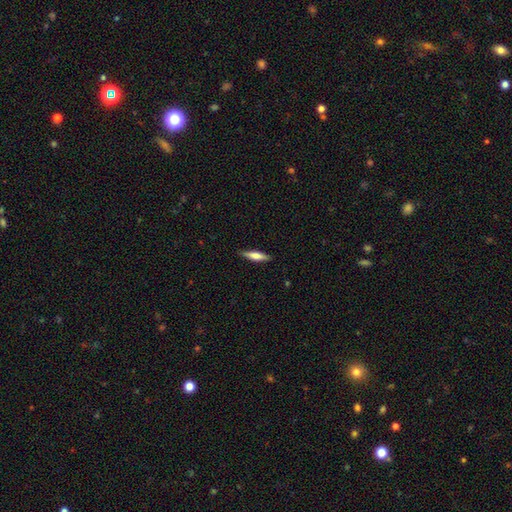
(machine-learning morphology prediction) Overall: smooth (59%; featured or disk 35%). How rounded: cigar-shaped (78%). Merging: none (88%).